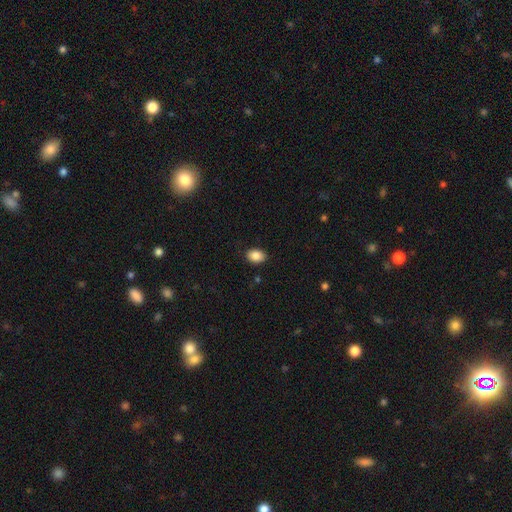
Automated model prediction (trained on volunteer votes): Smooth or featured? smooth (88%)
How rounded? in between (77%)
Merging? none (87%)